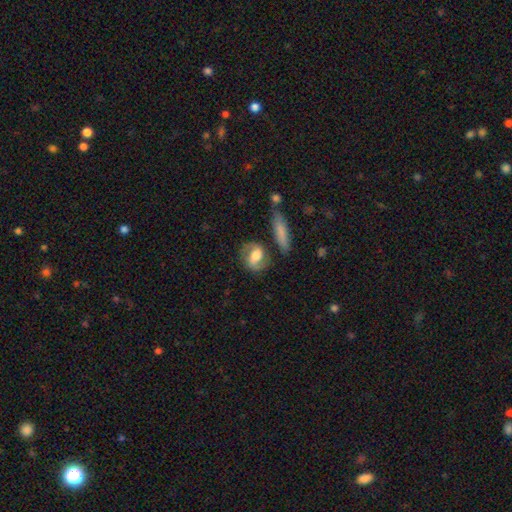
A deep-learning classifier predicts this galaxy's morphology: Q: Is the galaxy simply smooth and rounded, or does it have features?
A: featured or disk — 58%.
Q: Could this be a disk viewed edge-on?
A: no — 94%.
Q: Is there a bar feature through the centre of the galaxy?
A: weak — 44%.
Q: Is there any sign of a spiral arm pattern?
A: yes — 87%.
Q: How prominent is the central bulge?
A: moderate — 52%.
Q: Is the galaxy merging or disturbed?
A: none — 71%.